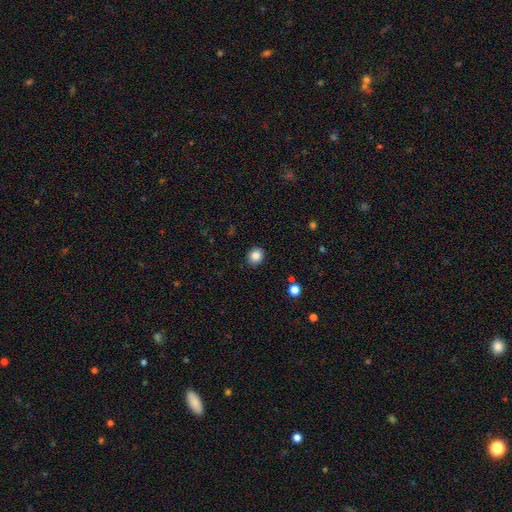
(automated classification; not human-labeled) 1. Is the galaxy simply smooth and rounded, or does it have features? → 85% smooth, 10% star or artifact, 5% featured or disk.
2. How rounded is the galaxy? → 74% round, 25% in between, 1% cigar-shaped.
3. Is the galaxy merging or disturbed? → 89% none, 7% minor disturbance, 2% major disturbance, 1% merger.